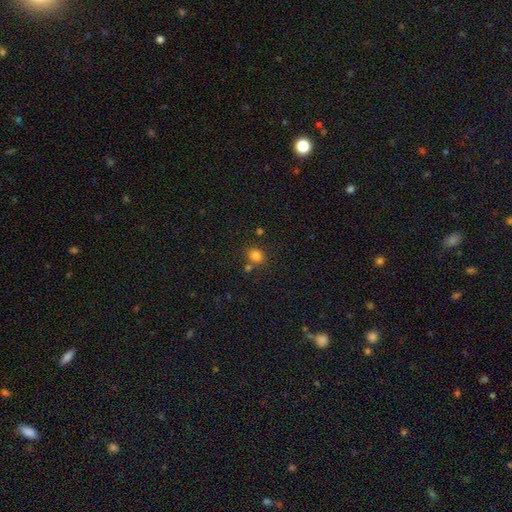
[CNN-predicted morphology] Smooth or featured? smooth (80%)
How rounded? round (71%)
Merging? none (71%)